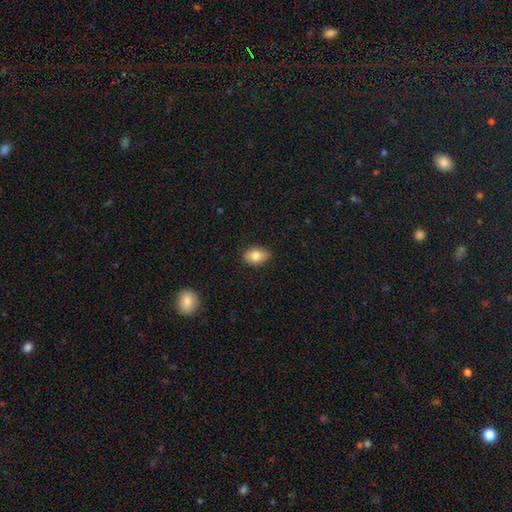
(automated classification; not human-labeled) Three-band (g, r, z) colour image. It shows a smooth galaxy with no disk features (80%) that is in between round and cigar-shaped (82%). Merging: none (86%).